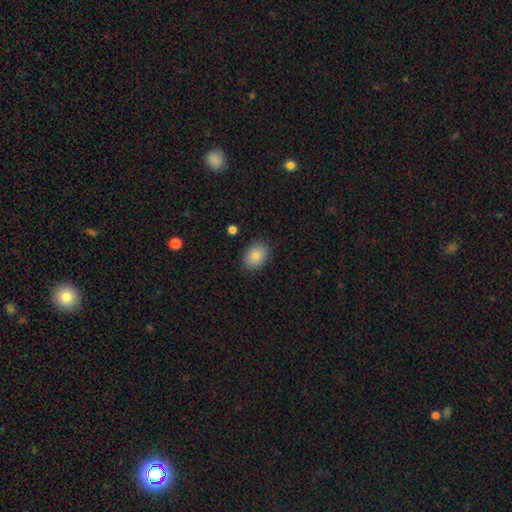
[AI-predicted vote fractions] This appears to be a smooth galaxy with no disk features (83%) that is in between round and cigar-shaped (64%). Merging: none (86%).